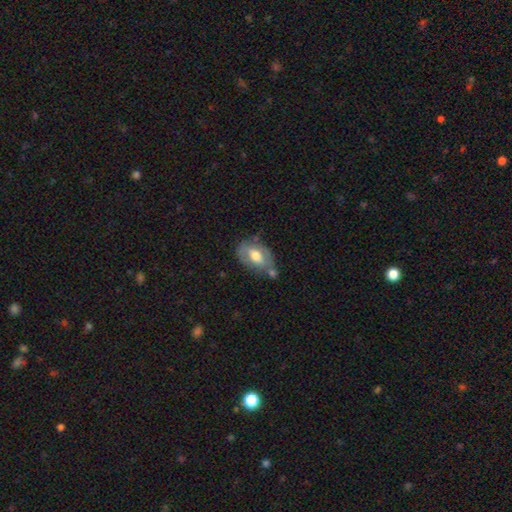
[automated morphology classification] Q: Smooth or featured?
A: smooth (53%); runner-up: featured or disk (40%)
Q: How rounded?
A: in between (88%); runner-up: round (10%)
Q: Merging?
A: none (48%); runner-up: minor disturbance (26%)